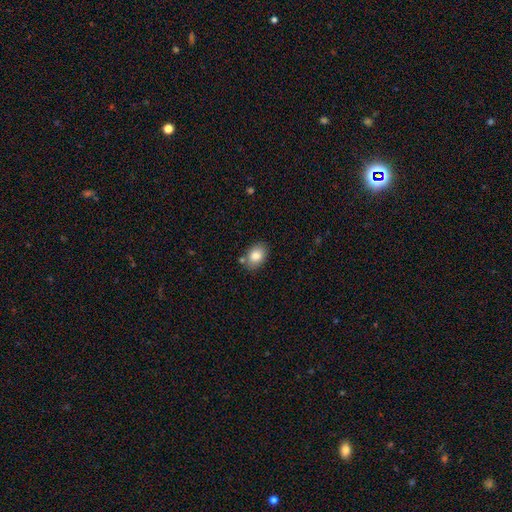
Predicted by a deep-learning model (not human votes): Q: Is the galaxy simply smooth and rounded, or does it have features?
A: smooth — 83%.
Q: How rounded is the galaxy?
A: in between — 76%.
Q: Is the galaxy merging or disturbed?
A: none — 76%.